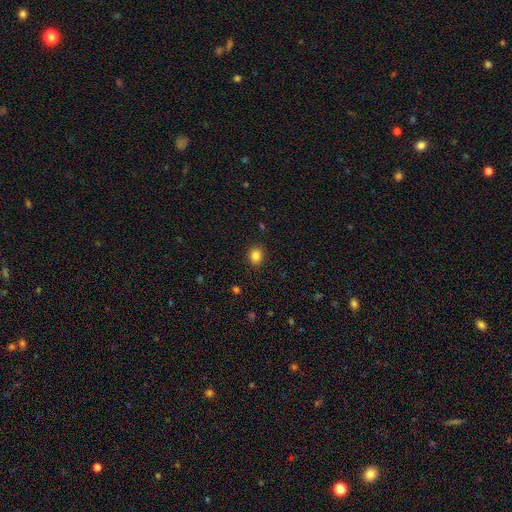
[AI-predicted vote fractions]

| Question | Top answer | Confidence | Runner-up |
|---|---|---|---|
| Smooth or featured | smooth | 85% | star or artifact (11%) |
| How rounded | round | 65% | in between (34%) |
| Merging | none | 89% | minor disturbance (7%) |